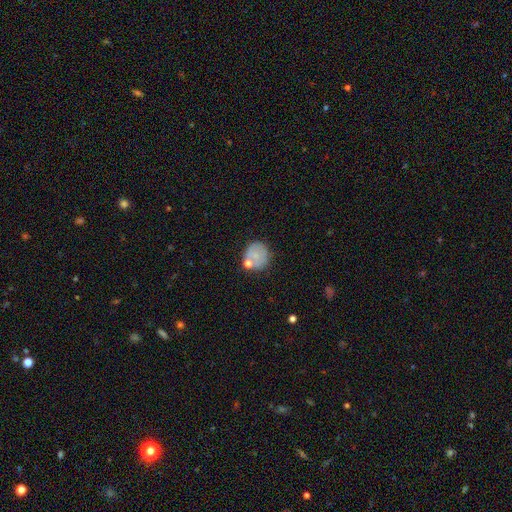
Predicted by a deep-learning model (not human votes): Morphology: type=smooth (68%); roundness=round (87%); merging=none (62%).